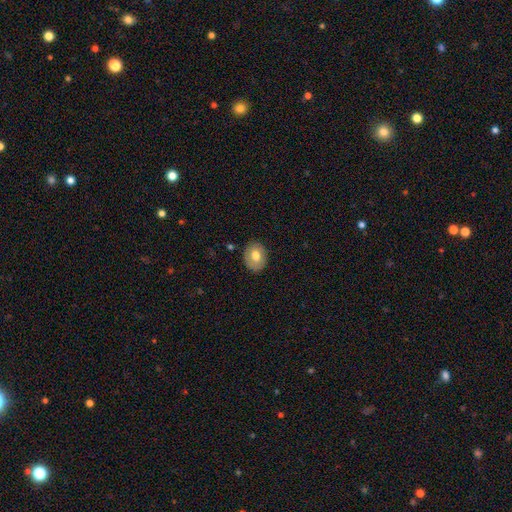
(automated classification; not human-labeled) smooth_or_featured: smooth (p=0.69) [alt: featured or disk p=0.24]
how_rounded: in between (p=0.52) [alt: round p=0.47]
merging: none (p=0.85) [alt: minor disturbance p=0.11]